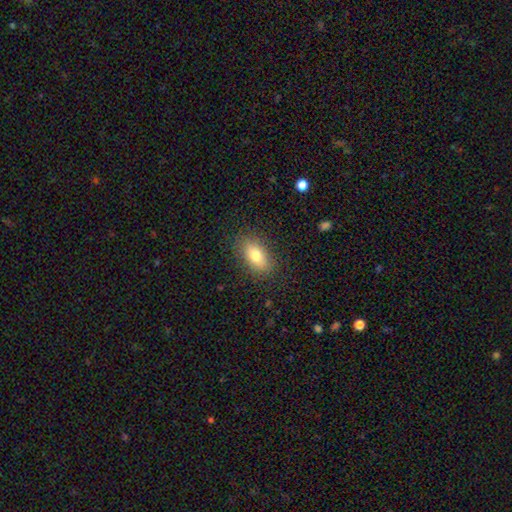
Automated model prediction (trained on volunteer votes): A smooth galaxy with no disk features (76%) that is in between round and cigar-shaped (87%).

Vote fractions:
- Smooth or featured? smooth: 76% / featured or disk: 15% / star or artifact: 9%
- How rounded? in between: 87% / round: 10% / cigar-shaped: 4%
- Merging? none: 85% / minor disturbance: 10% / major disturbance: 3% / merger: 1%